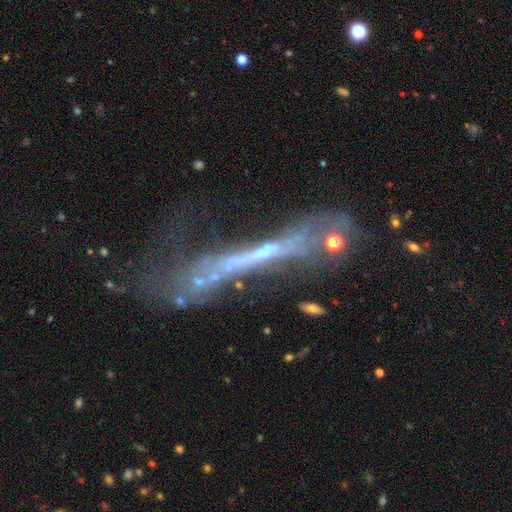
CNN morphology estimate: This is likely a featured or disk galaxy (64%). It is likely viewed edge-on (66%). Merging: marginally major disturbance (35%).